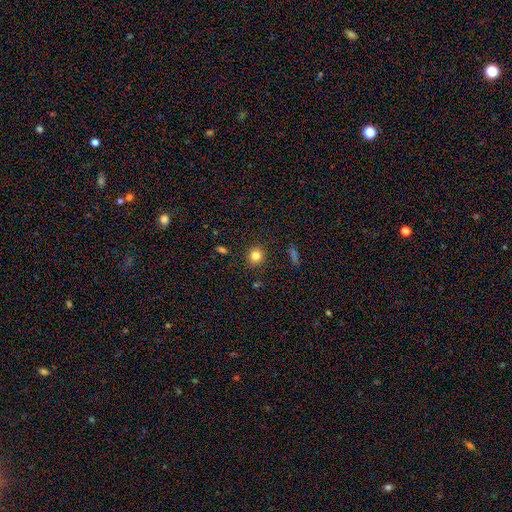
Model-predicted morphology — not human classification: The model was most divided on "smooth or featured": smooth: 81%, star or artifact: 12%, featured or disk: 6%. More confident: merging — none (90%); how rounded — round (89%).